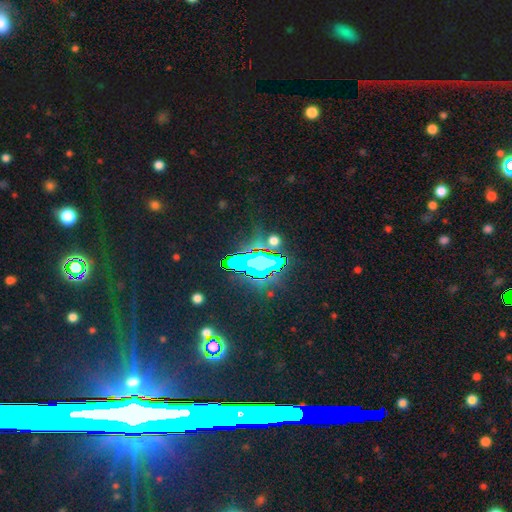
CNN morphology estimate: Smooth or featured? Predicted: star or artifact (p=0.68).